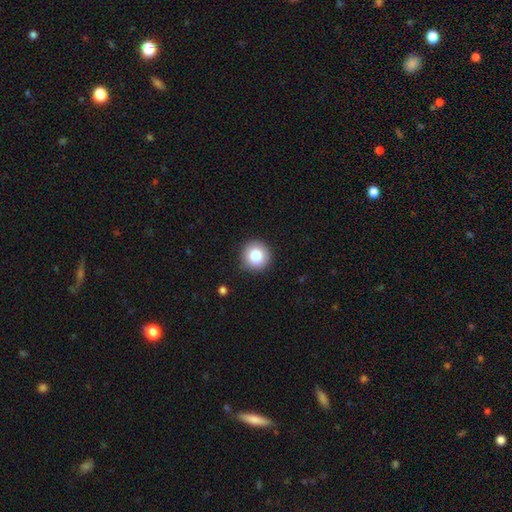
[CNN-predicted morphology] Smooth or featured? Predicted: smooth (p=0.83). How rounded? Predicted: round (p=0.95). Merging? Predicted: none (p=0.90).